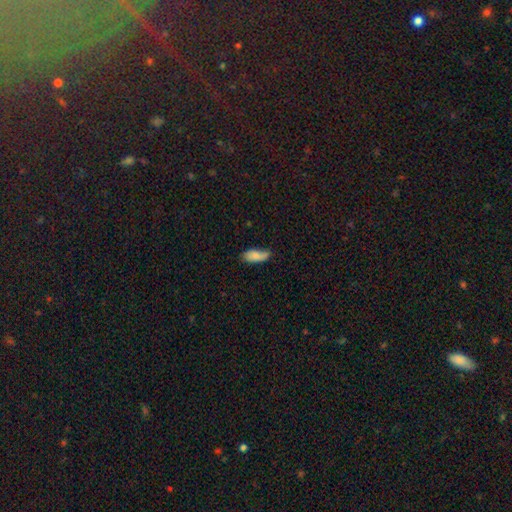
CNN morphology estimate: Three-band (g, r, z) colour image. It shows a smooth galaxy with no disk features (81%) that is in between round and cigar-shaped (79%). Merging: none (60%).